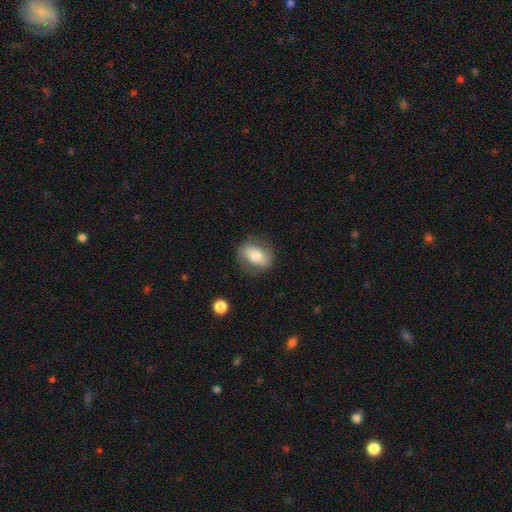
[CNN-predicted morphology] Smooth or featured? Predicted: smooth (p=0.66). How rounded? Predicted: in between (p=0.73). Merging? Predicted: none (p=0.77).